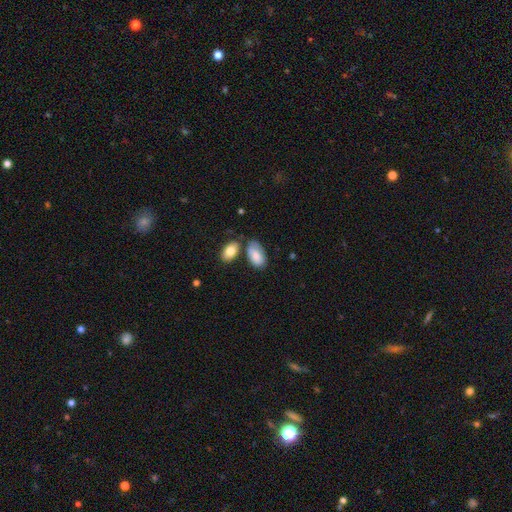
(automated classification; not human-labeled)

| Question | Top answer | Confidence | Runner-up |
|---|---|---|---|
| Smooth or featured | smooth | 81% | featured or disk (13%) |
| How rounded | in between | 95% | round (3%) |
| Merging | none | 56% | minor disturbance (21%) |